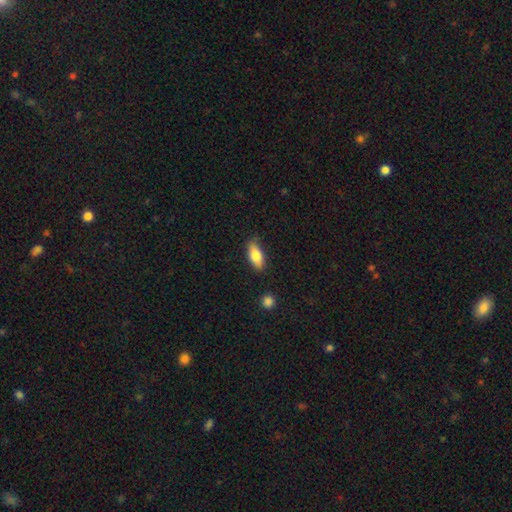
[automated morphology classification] Smooth or featured: smooth — 79% (featured or disk — 14%)
How rounded: in between — 80% (cigar-shaped — 17%)
Merging: none — 81% (minor disturbance — 14%)